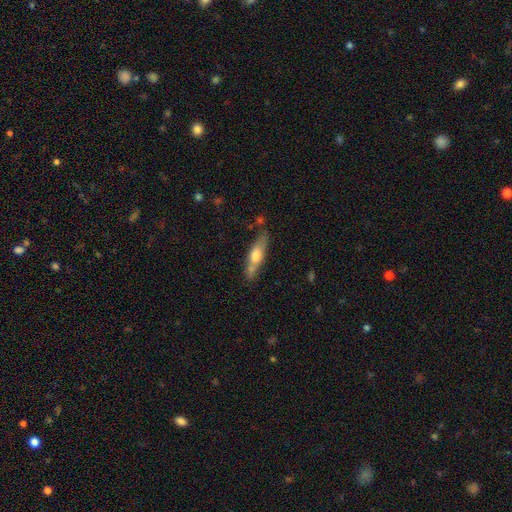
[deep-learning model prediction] Smooth or featured: smooth — 57% (featured or disk — 37%)
How rounded: cigar-shaped — 67% (in between — 30%)
Merging: none — 64% (minor disturbance — 19%)